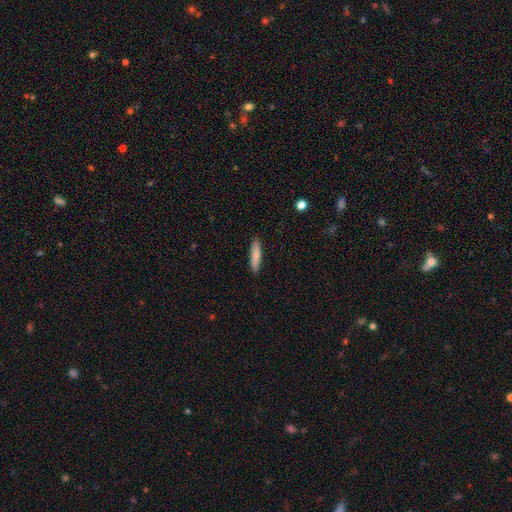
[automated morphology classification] A smooth galaxy with no disk features (76%) that is cigar-shaped (82%).

Vote fractions:
- Smooth or featured? smooth: 76% / featured or disk: 18% / star or artifact: 6%
- How rounded? cigar-shaped: 82% / in between: 17% / round: 2%
- Merging? none: 89% / minor disturbance: 8% / major disturbance: 2% / merger: 1%